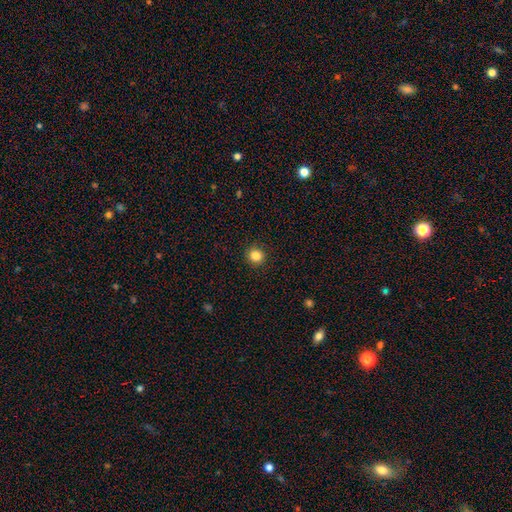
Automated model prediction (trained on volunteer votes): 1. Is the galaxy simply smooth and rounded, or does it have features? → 85% smooth, 11% star or artifact, 4% featured or disk.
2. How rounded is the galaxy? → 87% round, 12% in between, 1% cigar-shaped.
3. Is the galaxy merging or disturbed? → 91% none, 6% minor disturbance, 2% major disturbance, 1% merger.